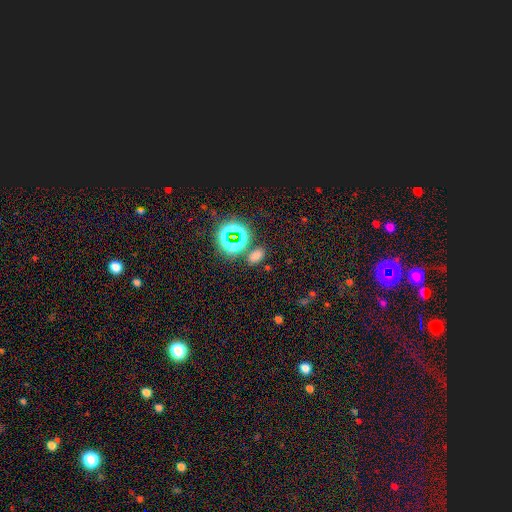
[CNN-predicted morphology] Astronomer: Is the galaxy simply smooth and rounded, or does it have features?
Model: smooth — 61%.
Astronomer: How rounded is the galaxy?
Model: in between — 81%.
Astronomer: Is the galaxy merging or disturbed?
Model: none — 79%.